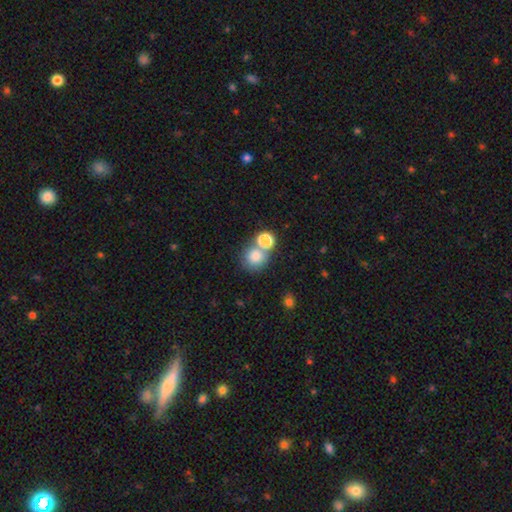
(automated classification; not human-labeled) This appears to be a smooth galaxy with no disk features (79%) that is round (86%). Merging: none (52%).